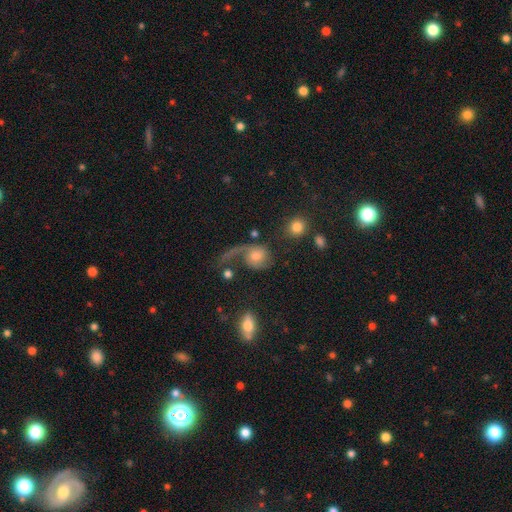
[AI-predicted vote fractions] This appears to be a featured or disk galaxy (61%) with no bar (69%), 1 (77%) loose (69%) spiral arms (86%) and a moderate central bulge (54%). Merging: major disturbance (48%).